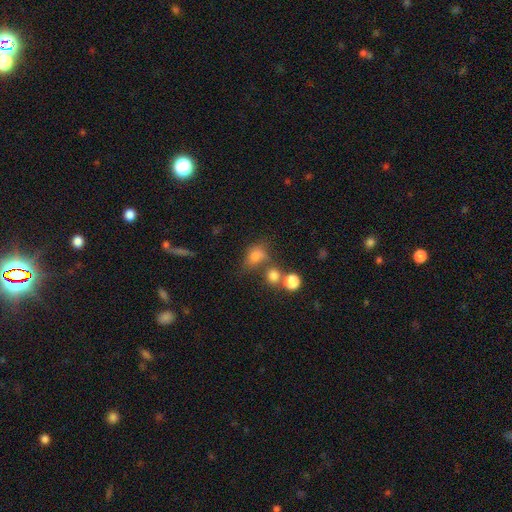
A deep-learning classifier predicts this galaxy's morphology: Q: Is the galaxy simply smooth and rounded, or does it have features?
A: smooth — 73%.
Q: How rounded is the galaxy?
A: in between — 60%.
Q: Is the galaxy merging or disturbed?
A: none — 44%.